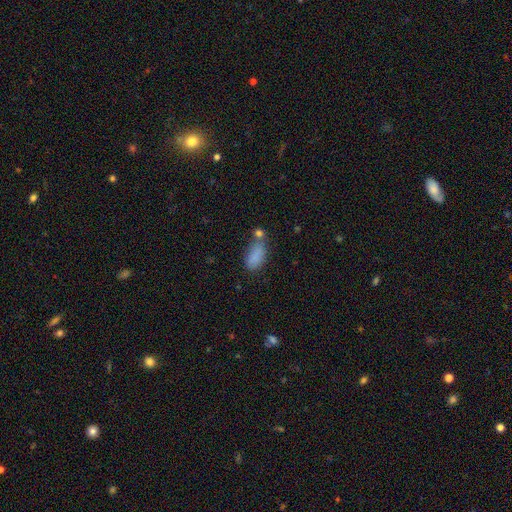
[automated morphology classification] type=smooth (83%); roundness=in between (88%); merging=none (46%).